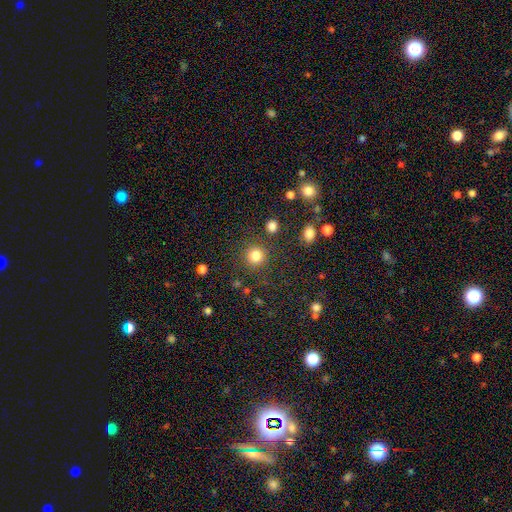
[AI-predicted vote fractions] A smooth galaxy with no disk features (83%) that is round (93%).

Vote fractions:
- Smooth or featured? smooth: 83% / star or artifact: 13% / featured or disk: 5%
- How rounded? round: 93% / in between: 6% / cigar-shaped: 1%
- Merging? none: 86% / minor disturbance: 7% / merger: 4% / major disturbance: 3%